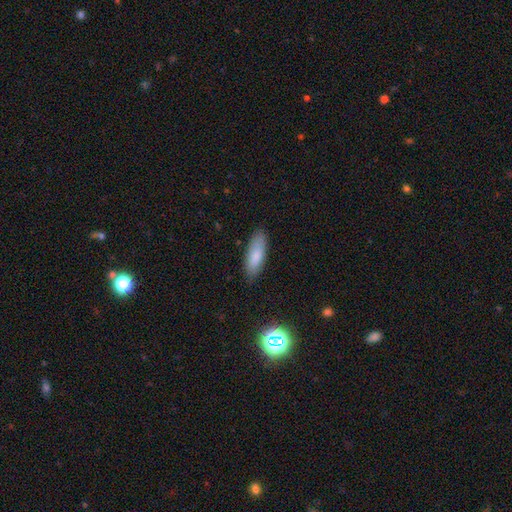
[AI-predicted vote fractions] A smooth galaxy with no disk features (83%) that is in between round and cigar-shaped (60%). Merging: none (85%).